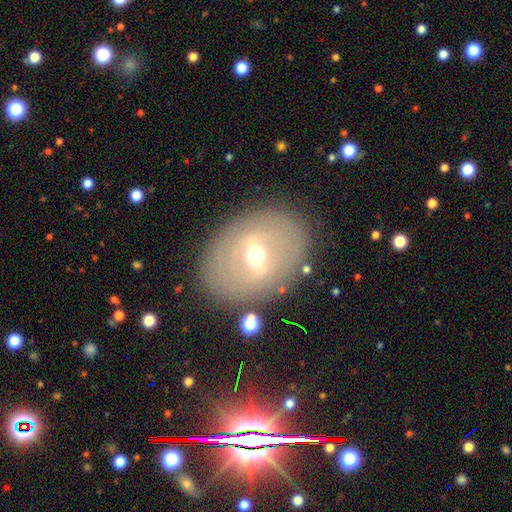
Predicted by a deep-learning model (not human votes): This appears to be a featured or disk galaxy (62%) with a weak bar (48%), no spiral arms (77%) and a moderate central bulge (62%). Merging: none (83%).